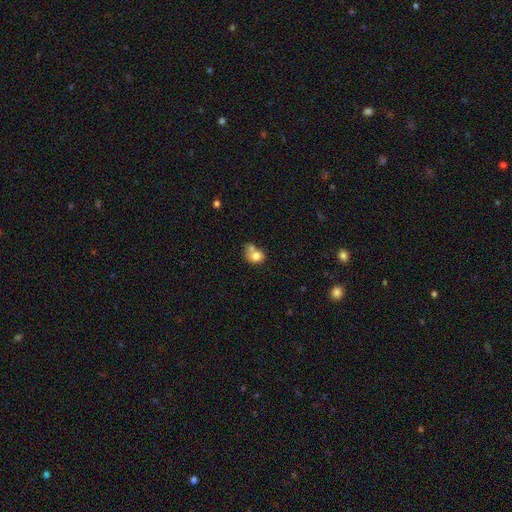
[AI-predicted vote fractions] smooth_or_featured: smooth (p=0.77) [alt: featured or disk p=0.14]
how_rounded: round (p=0.56) [alt: in between p=0.43]
merging: merger (p=0.51) [alt: none p=0.29]